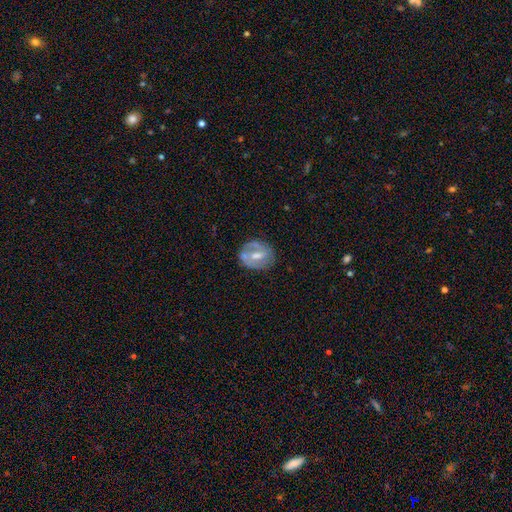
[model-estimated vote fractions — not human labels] Smooth or featured? featured or disk (60%)
Edge-on disk? no (96%)
Bar? weak (48%)
Spiral arms? yes (58%)
Bulge size? moderate (55%)
Merging? none (65%)